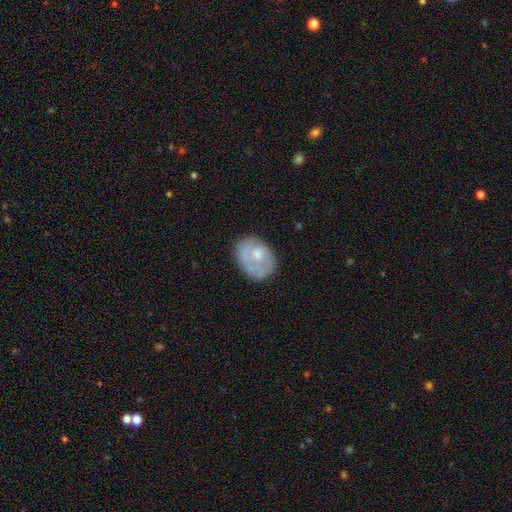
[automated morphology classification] smooth_or_featured: featured or disk (p=0.47) [alt: smooth p=0.46]
merging: none (p=0.61) [alt: minor disturbance p=0.26]